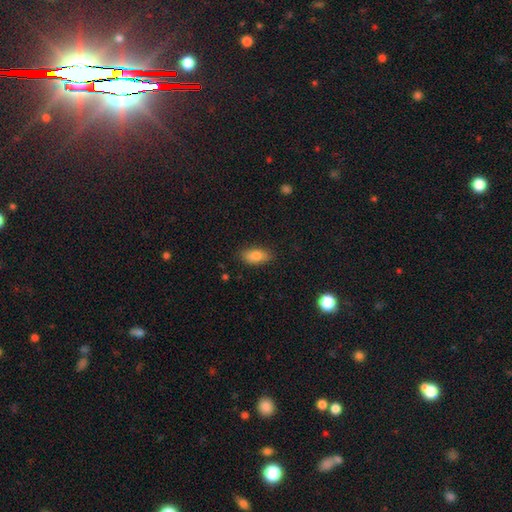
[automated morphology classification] smooth 83%, featured or disk 10%, star or artifact 8%. Down the decision tree: how rounded — in between (88%); merging — none (85%).